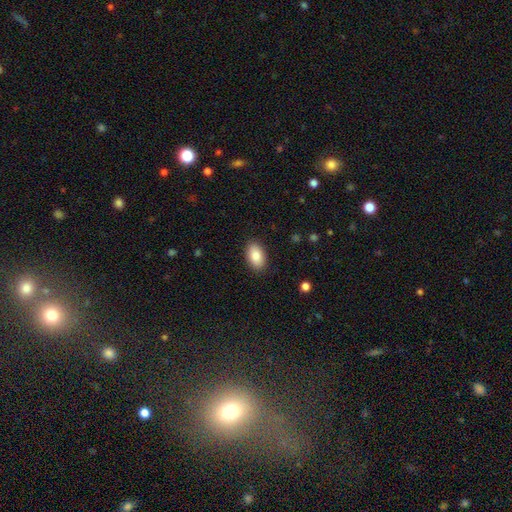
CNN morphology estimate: Q: Smooth or featured?
A: smooth (86%); runner-up: featured or disk (8%)
Q: How rounded?
A: in between (93%); runner-up: round (6%)
Q: Merging?
A: none (88%); runner-up: minor disturbance (9%)